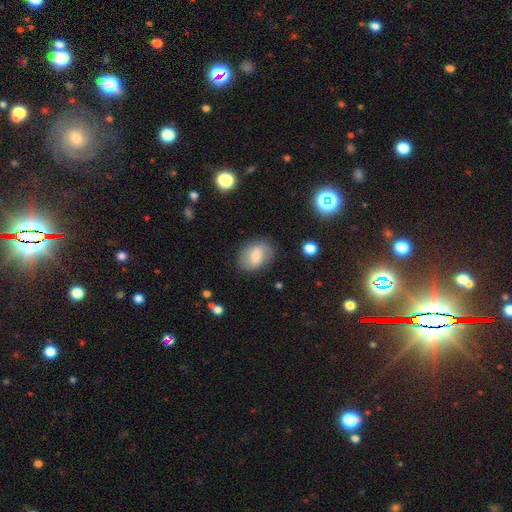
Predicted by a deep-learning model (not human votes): Smooth or featured? Predicted: smooth (p=0.58). How rounded? Predicted: in between (p=0.68). Merging? Predicted: none (p=0.78).